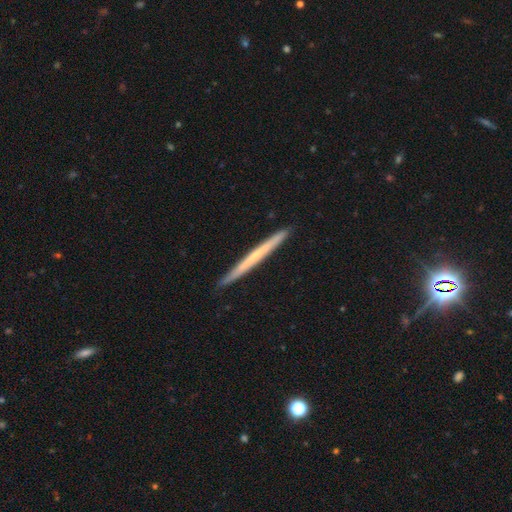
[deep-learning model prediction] This is possibly a featured or disk galaxy (53%). It is clearly viewed edge-on (97%). Edge-on bulge: clearly none (81%). Merging: clearly none (92%).